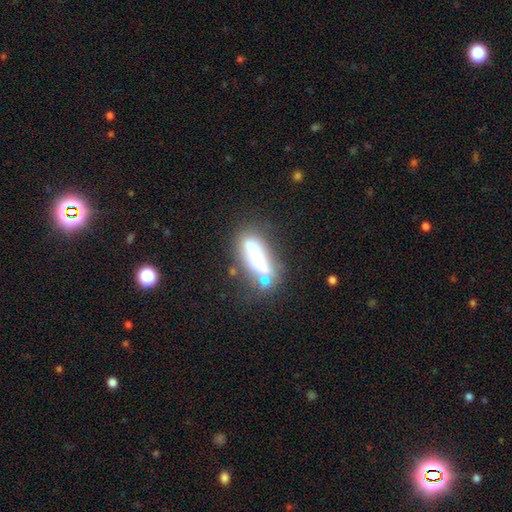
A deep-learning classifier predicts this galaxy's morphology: Smooth or featured? smooth (51%)
How rounded? in between (55%)
Merging? none (36%)